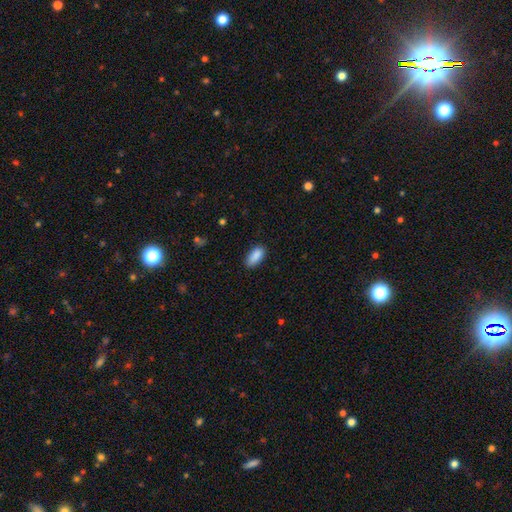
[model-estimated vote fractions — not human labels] A smooth galaxy with no disk features (90%) that is in between round and cigar-shaped (88%).

Vote fractions:
- Smooth or featured? smooth: 90% / star or artifact: 7% / featured or disk: 3%
- How rounded? in between: 88% / cigar-shaped: 9% / round: 2%
- Merging? none: 85% / minor disturbance: 12% / major disturbance: 2% / merger: 1%